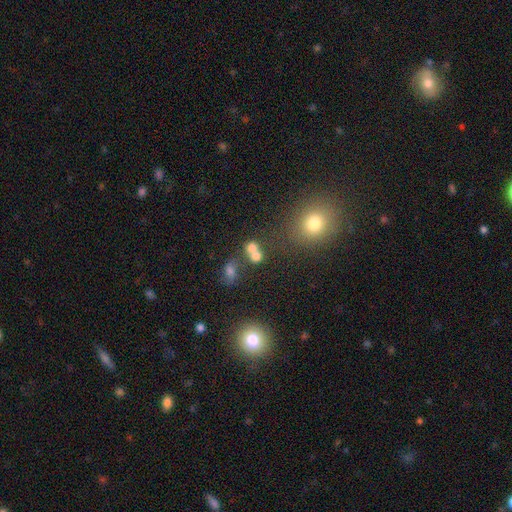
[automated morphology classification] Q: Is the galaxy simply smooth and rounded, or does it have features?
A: smooth — 69%.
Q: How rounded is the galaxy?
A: round — 69%.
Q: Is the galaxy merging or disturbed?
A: merger — 52%.